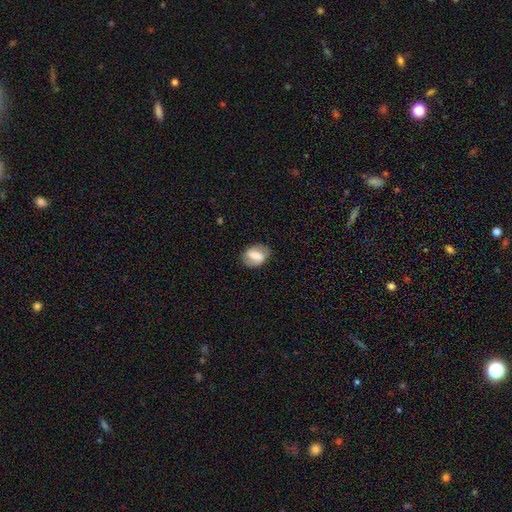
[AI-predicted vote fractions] This appears to be a featured or disk galaxy (58%) with a strong bar (54%), spiral arms (75%) and a moderate central bulge (33%). Merging: none (83%).